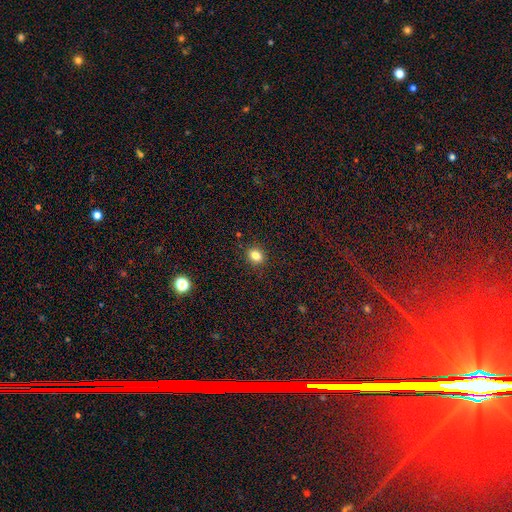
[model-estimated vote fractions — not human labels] Smooth or featured? Predicted: smooth (p=0.81). How rounded? Predicted: round (p=0.50). Merging? Predicted: none (p=0.89).